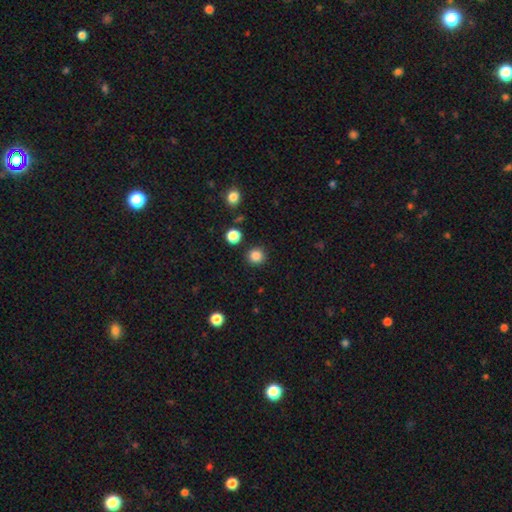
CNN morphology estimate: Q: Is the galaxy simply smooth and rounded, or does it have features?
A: smooth — 85%.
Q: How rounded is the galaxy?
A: round — 94%.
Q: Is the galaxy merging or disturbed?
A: none — 90%.